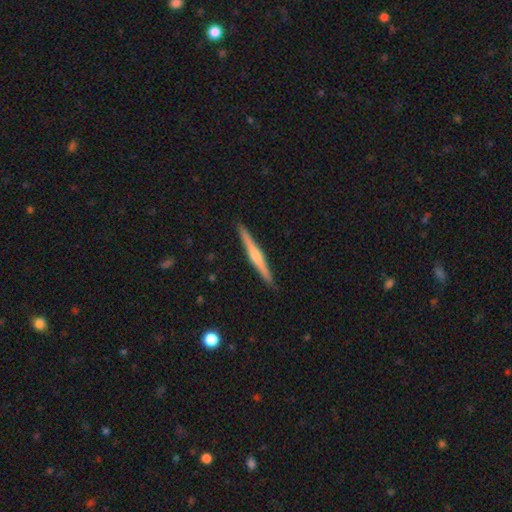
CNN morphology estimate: smooth-or-featured: featured or disk: 65% | smooth: 30% | star or artifact: 6%
  disk-edge-on: yes: 98% | no: 2%
    edge-on-bulge: rounded: 76% | none: 16% | boxy: 7%
  merging: none: 91% | minor disturbance: 6% | major disturbance: 1% | merger: 1%